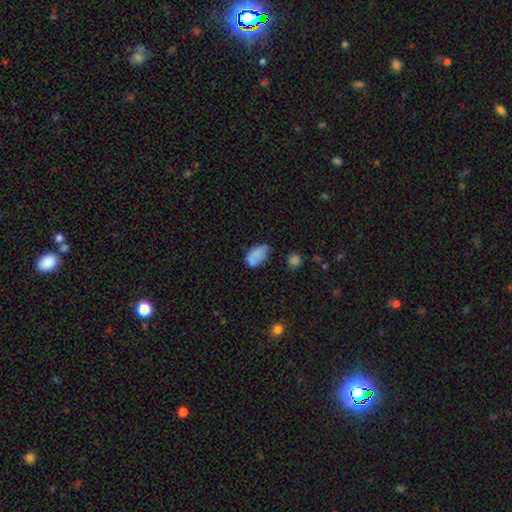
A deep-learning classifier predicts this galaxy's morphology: A smooth galaxy with no disk features (77%) that is in between round and cigar-shaped (91%). Merging: none (46%).